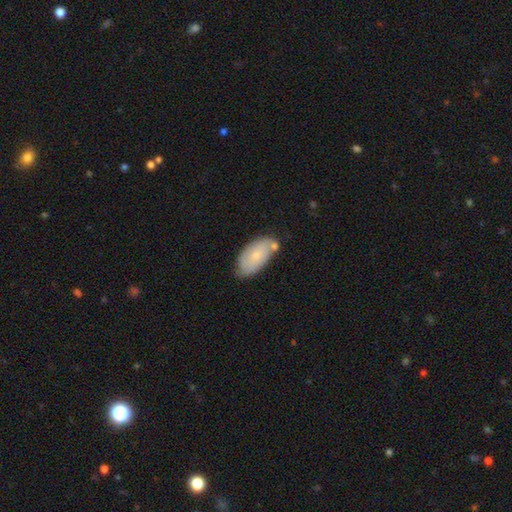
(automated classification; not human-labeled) Smooth or featured? smooth (69%)
How rounded? in between (94%)
Merging? none (62%)